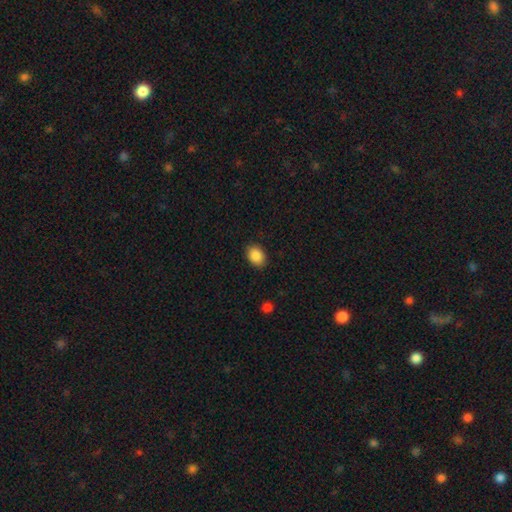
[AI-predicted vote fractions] smooth 88%, star or artifact 8%, featured or disk 4%. Down the decision tree: how rounded — in between (73%); merging — none (88%).